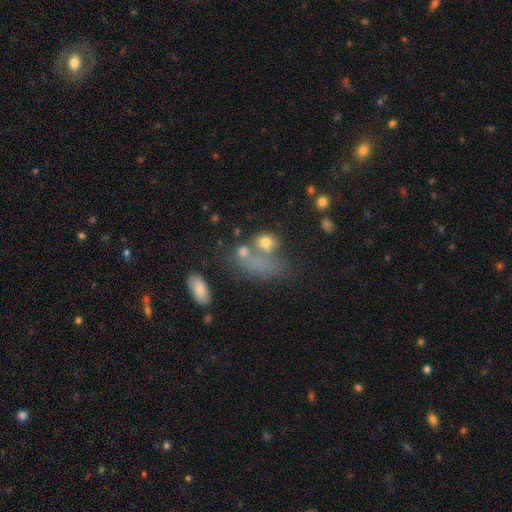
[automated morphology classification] This is possibly a smooth galaxy (51%). How rounded: possibly in between (60%). Merging: marginally none (39%).